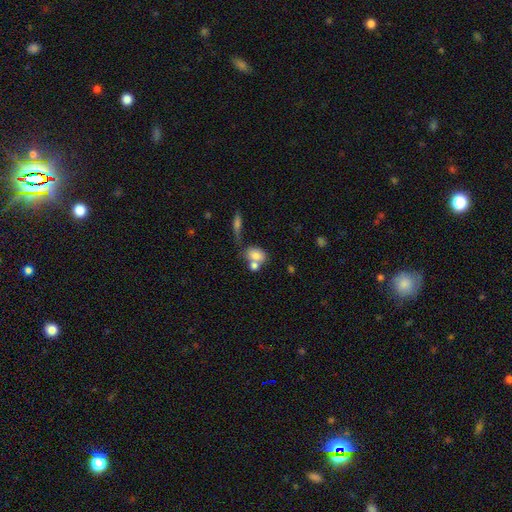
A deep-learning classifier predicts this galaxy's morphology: Overall: smooth (76%). How rounded: in between (68%; round 30%). Merging: merger (45%; none 38%).